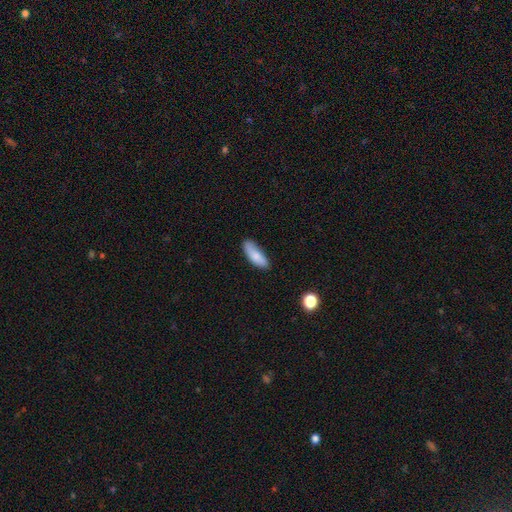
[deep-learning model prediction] smooth 82%, featured or disk 11%, star or artifact 6%. Down the decision tree: how rounded — in between (61%); merging — none (74%).